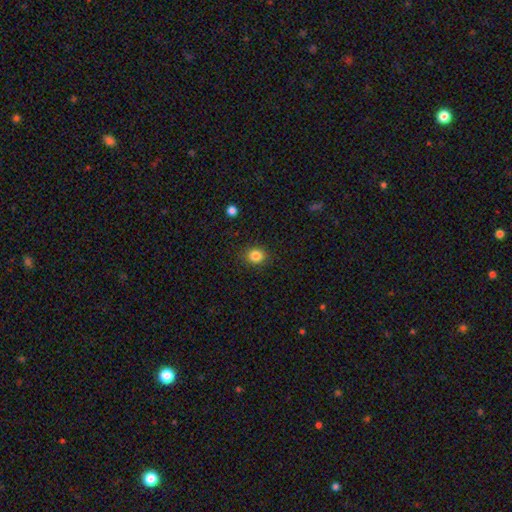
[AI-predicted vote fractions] Q: Smooth or featured?
A: smooth (85%); runner-up: star or artifact (11%)
Q: How rounded?
A: round (78%); runner-up: in between (21%)
Q: Merging?
A: none (90%); runner-up: minor disturbance (7%)